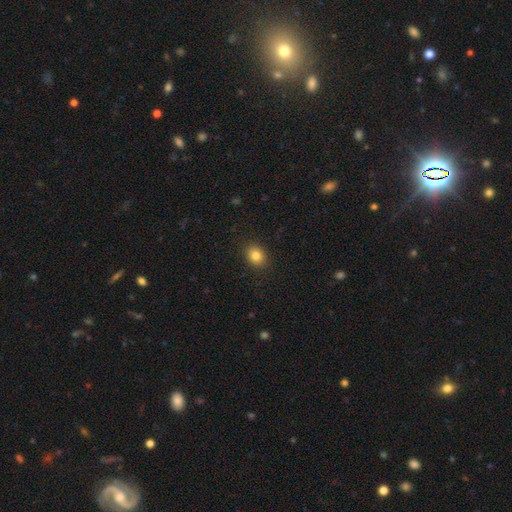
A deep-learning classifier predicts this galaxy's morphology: This is clearly a smooth galaxy (83%). How rounded: possibly round (53%). Merging: clearly none (89%).